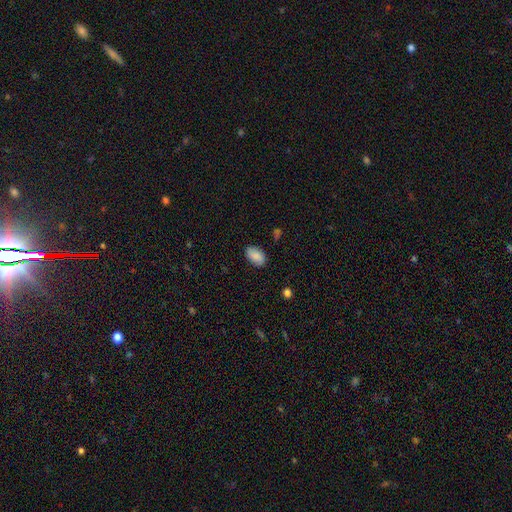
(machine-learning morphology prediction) Smooth or featured? smooth (85%)
How rounded? in between (92%)
Merging? none (83%)